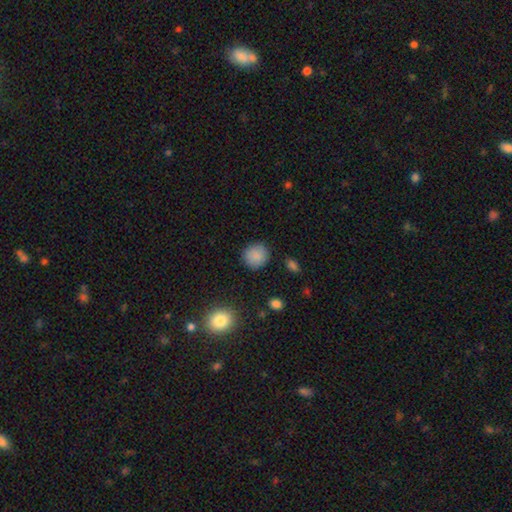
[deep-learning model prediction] The model was most divided on "how rounded": round: 88%, in between: 11%, cigar-shaped: 1%. More confident: smooth or featured — smooth (87%); merging — none (87%).